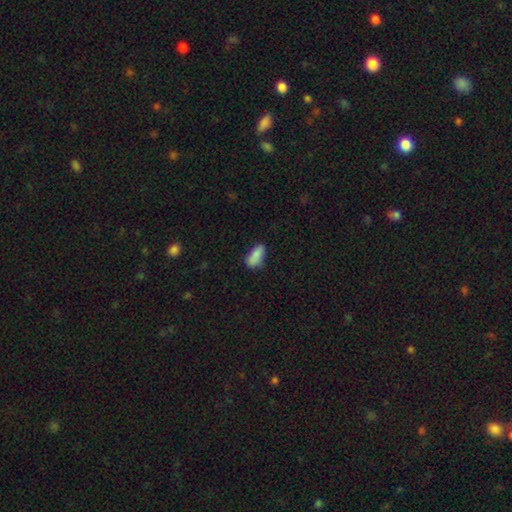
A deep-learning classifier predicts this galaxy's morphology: A smooth galaxy with no disk features (87%) that is in between round and cigar-shaped (83%).

Vote fractions:
- Smooth or featured? smooth: 87% / star or artifact: 7% / featured or disk: 5%
- How rounded? in between: 83% / cigar-shaped: 15% / round: 3%
- Merging? none: 75% / minor disturbance: 20% / major disturbance: 4% / merger: 2%